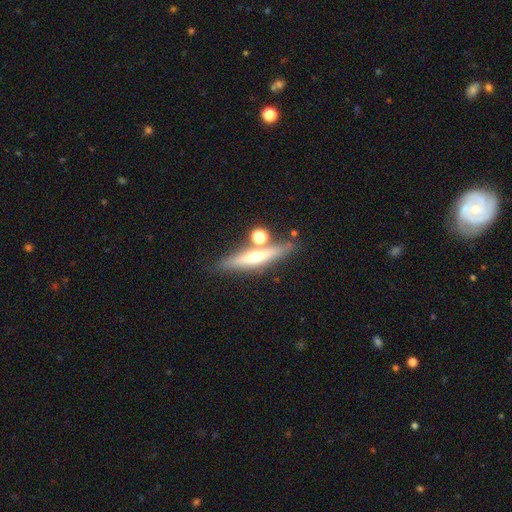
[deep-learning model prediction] Smooth or featured: featured or disk — 54% (smooth — 37%)
Edge-on disk: yes — 91% (no — 9%)
Merging: none — 72% (merger — 14%)